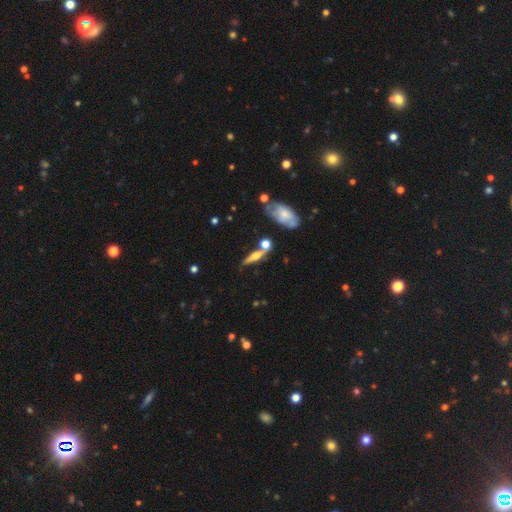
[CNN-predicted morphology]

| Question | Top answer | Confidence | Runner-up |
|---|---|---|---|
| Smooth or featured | featured or disk | 58% | smooth (33%) |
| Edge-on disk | yes | 91% | no (9%) |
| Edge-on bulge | rounded | 86% | boxy (8%) |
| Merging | none | 63% | merger (16%) |